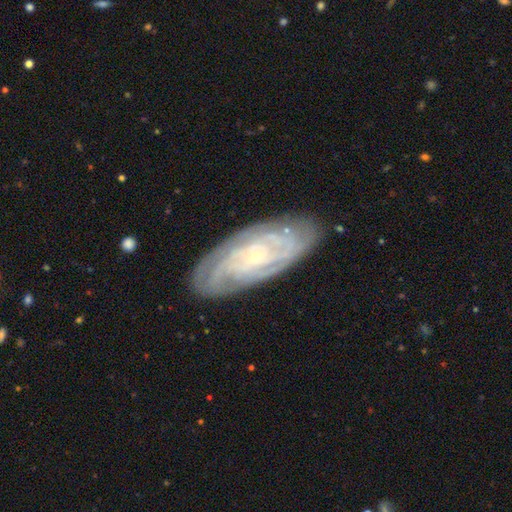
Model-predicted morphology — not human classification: This appears to be a featured or disk galaxy (83%) with no bar (72%), tight (78%) spiral arms (96%) and a small central bulge (80%). Merging: none (80%).